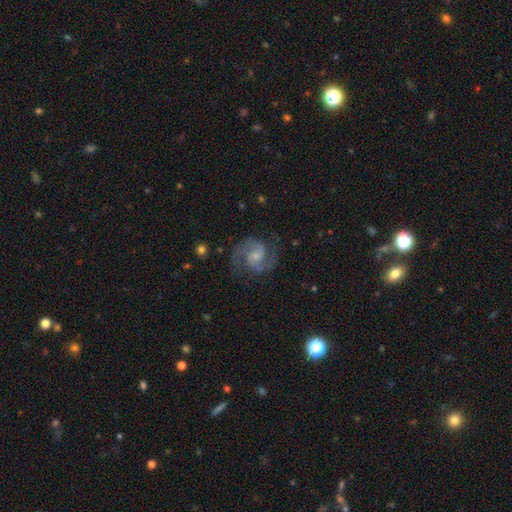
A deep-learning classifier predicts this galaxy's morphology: This is clearly a featured or disk galaxy (89%). It is clearly not viewed edge-on (98%). Bar: possibly no (49%). Spiral arm pattern: clearly yes (98%). Spiral arm count: clearly 2 (92%). Spiral winding: likely medium (62%). Central bulge: marginally small (39%). Merging: likely none (77%).